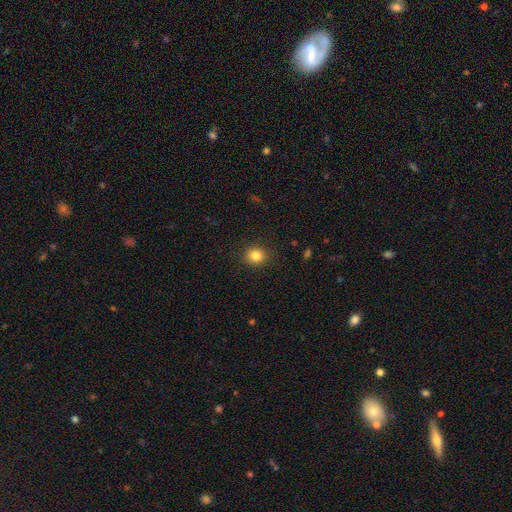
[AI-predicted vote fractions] This is clearly a smooth galaxy (84%). How rounded: likely round (80%). Merging: clearly none (89%).